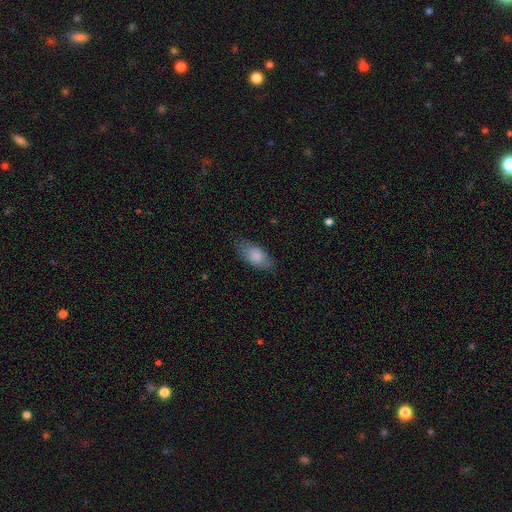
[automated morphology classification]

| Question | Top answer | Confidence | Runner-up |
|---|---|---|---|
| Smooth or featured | smooth | 83% | featured or disk (11%) |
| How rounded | in between | 90% | cigar-shaped (7%) |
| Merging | none | 78% | minor disturbance (16%) |